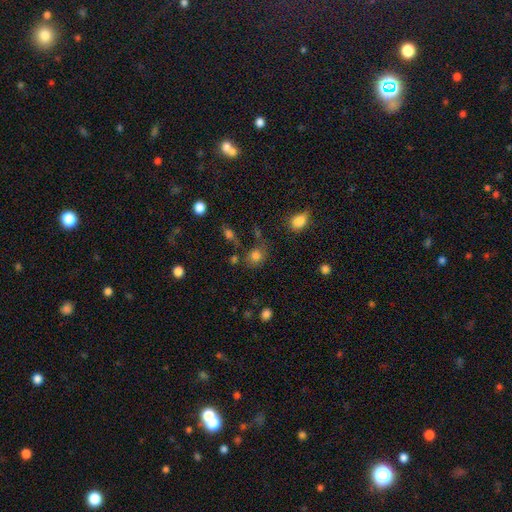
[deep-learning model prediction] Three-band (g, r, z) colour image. It shows a smooth galaxy with no disk features (78%) that is round (64%). Merging: none (62%).